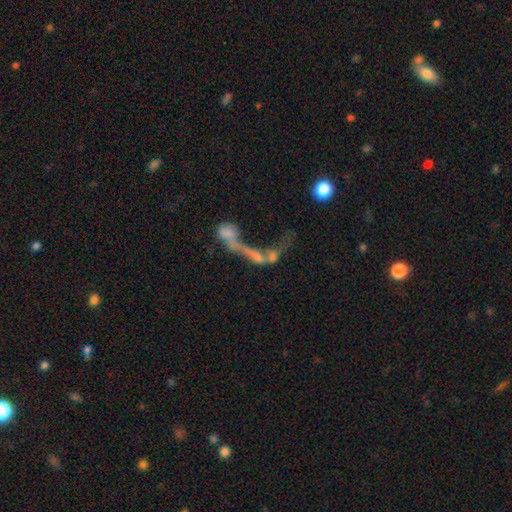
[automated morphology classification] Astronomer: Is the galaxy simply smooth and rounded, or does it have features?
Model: featured or disk — 45% (runner-up: smooth, 40%).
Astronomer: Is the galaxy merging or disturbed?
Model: merger — 72%.